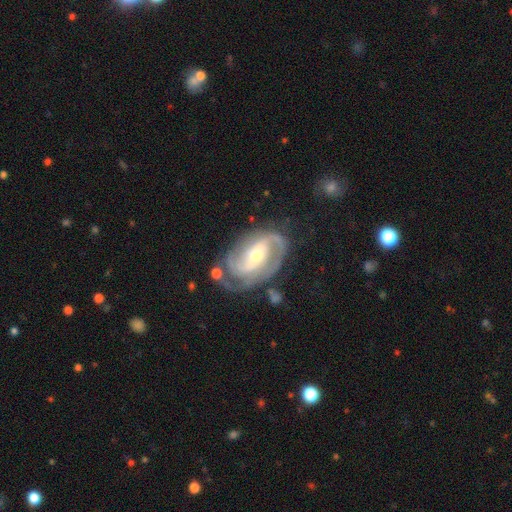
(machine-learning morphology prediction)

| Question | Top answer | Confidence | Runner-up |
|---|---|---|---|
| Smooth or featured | featured or disk | 89% | smooth (6%) |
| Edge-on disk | no | 97% | yes (3%) |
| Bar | weak | 42% | strong (32%) |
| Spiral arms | yes | 97% | no (3%) |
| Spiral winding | tight | 47% | medium (42%) |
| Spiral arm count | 2 | 60% | 3 (20%) |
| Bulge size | moderate | 51% | small (43%) |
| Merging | none | 64% | minor disturbance (21%) |